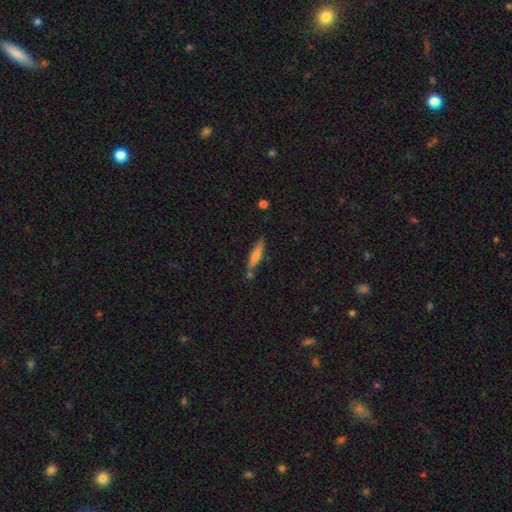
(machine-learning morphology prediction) This is likely a smooth galaxy (64%). How rounded: clearly cigar-shaped (82%). Merging: likely none (75%).